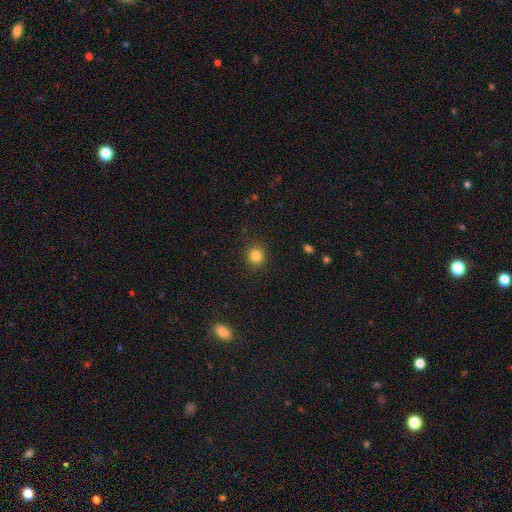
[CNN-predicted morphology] smooth_or_featured: smooth (p=0.84) [alt: star or artifact p=0.12]
how_rounded: round (p=0.89) [alt: in between p=0.10]
merging: none (p=0.89) [alt: minor disturbance p=0.07]